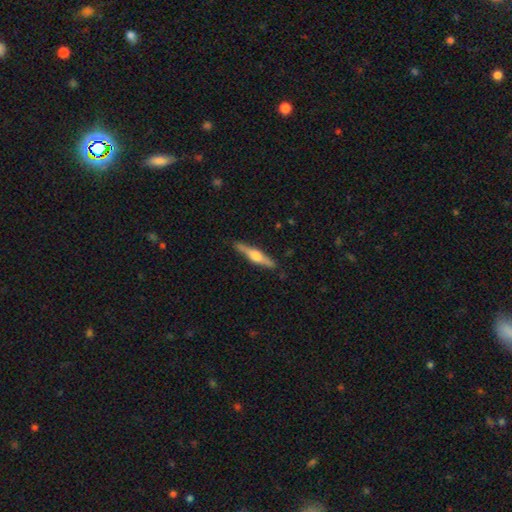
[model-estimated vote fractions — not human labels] A featured or disk galaxy (63%) viewed edge-on (97%) with a rounded central bulge (85%).

Vote fractions:
- Smooth or featured? featured or disk: 63% / smooth: 32% / star or artifact: 6%
- Edge-on disk? yes: 97% / no: 3%
- Edge-on bulge? rounded: 85% / boxy: 11% / none: 4%
- Merging? none: 88% / minor disturbance: 9% / major disturbance: 2% / merger: 1%